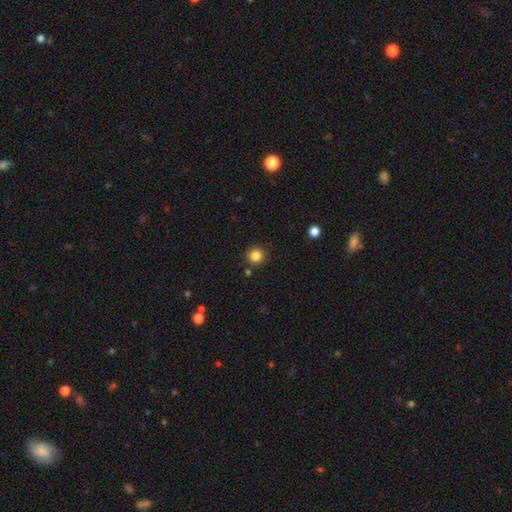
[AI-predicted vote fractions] Smooth or featured?
  - smooth: 84% *
  - star or artifact: 12%
  - featured or disk: 4%
How rounded?
  - round: 94% *
  - in between: 5%
  - cigar-shaped: 1%
Merging?
  - none: 87% *
  - minor disturbance: 7%
  - merger: 3%
  - major disturbance: 2%